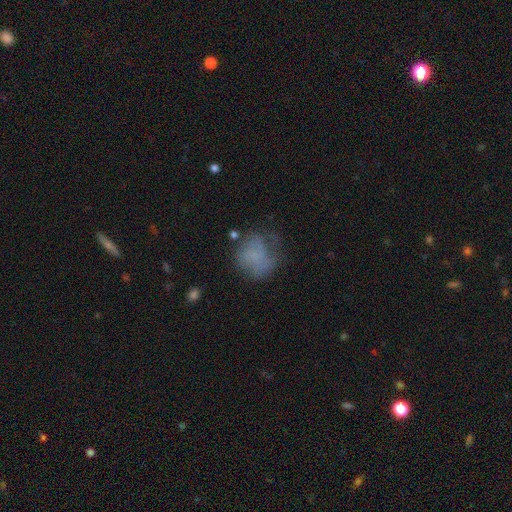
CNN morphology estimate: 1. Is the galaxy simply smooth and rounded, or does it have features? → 55% smooth, 32% featured or disk, 13% star or artifact.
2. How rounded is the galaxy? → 69% round, 30% in between, 1% cigar-shaped.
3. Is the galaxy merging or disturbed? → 48% none, 25% minor disturbance, 23% major disturbance, 3% merger.